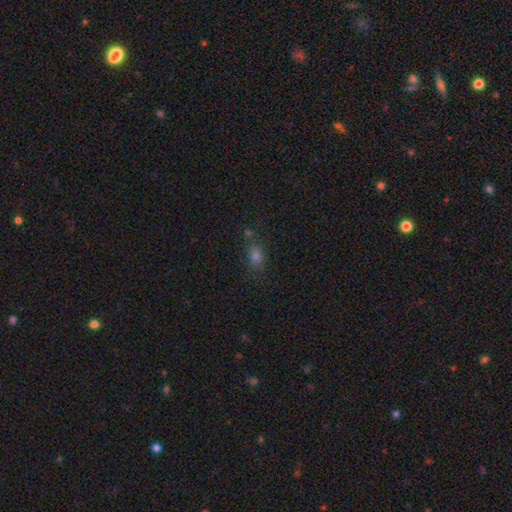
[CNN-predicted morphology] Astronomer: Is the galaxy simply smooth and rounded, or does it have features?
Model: smooth — 68%.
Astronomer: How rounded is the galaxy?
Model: in between — 57% (runner-up: round, 38%).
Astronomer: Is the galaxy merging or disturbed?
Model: none — 72%.